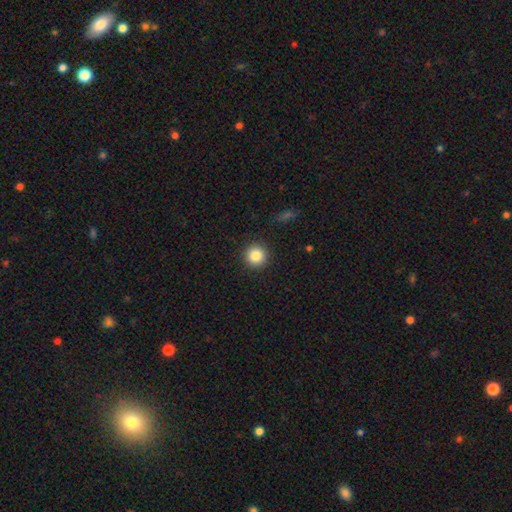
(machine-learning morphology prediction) Smooth or featured? smooth (85%)
How rounded? round (95%)
Merging? none (92%)